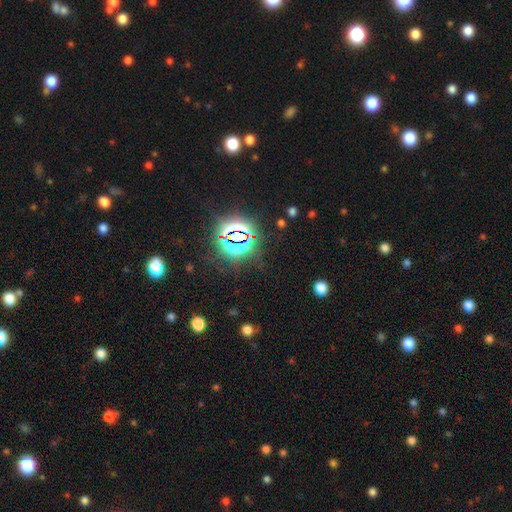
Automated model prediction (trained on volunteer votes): A star or artifact, not a galaxy (83%).